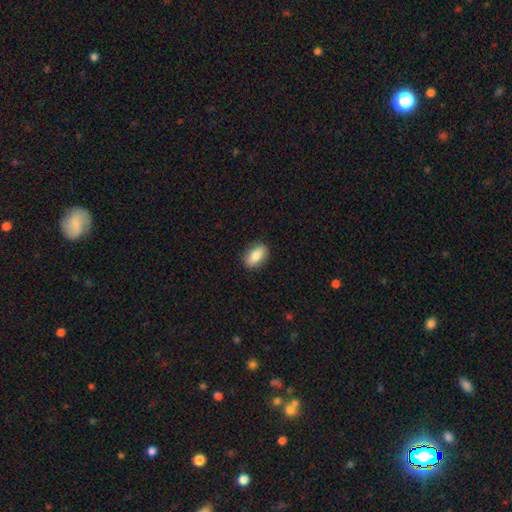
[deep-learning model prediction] smooth_or_featured: smooth (p=0.82) [alt: featured or disk p=0.11]
how_rounded: in between (p=0.88) [alt: round p=0.07]
merging: none (p=0.88) [alt: minor disturbance p=0.09]